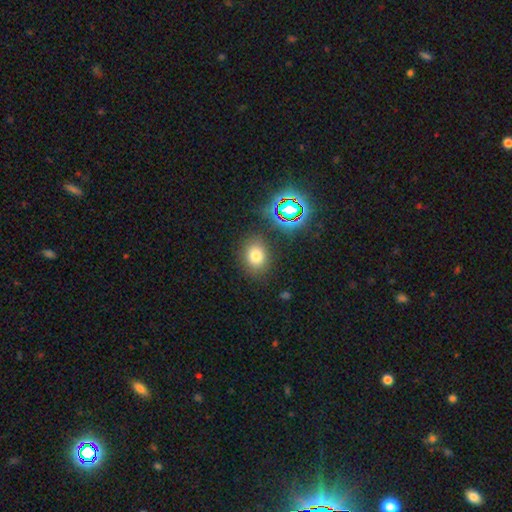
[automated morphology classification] Smooth or featured? Predicted: smooth (p=0.73). How rounded? Predicted: round (p=0.52). Merging? Predicted: none (p=0.83).